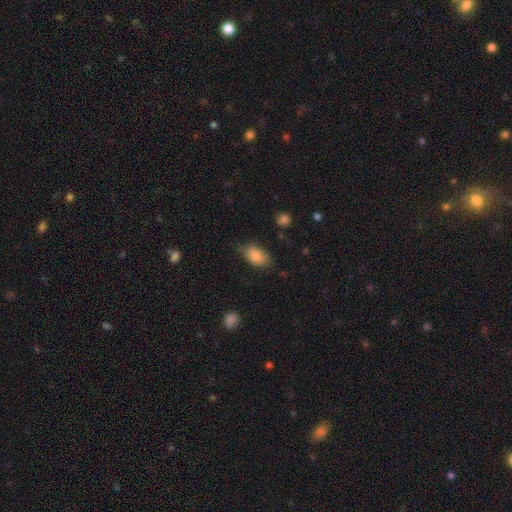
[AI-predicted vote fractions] Q: Smooth or featured?
A: smooth (84%); runner-up: featured or disk (9%)
Q: How rounded?
A: in between (91%); runner-up: round (7%)
Q: Merging?
A: none (70%); runner-up: minor disturbance (23%)